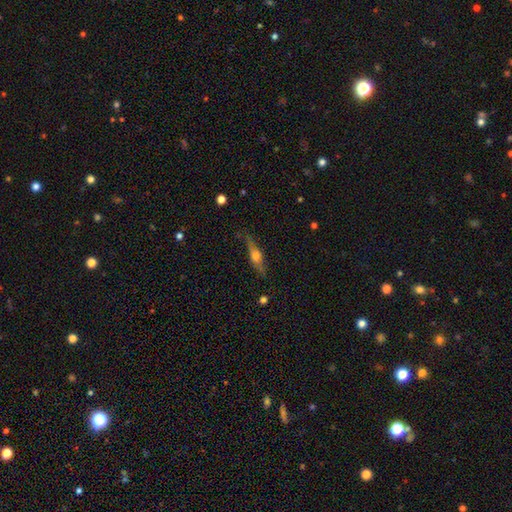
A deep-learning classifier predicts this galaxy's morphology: This appears to be a featured or disk galaxy (57%) viewed edge-on (90%) with a rounded central bulge (92%). Merging: none (75%).